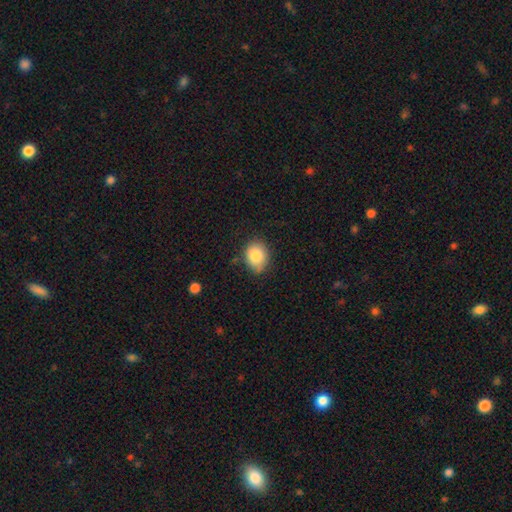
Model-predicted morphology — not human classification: Smooth or featured? Predicted: smooth (p=0.84). How rounded? Predicted: in between (p=0.57). Merging? Predicted: none (p=0.74).